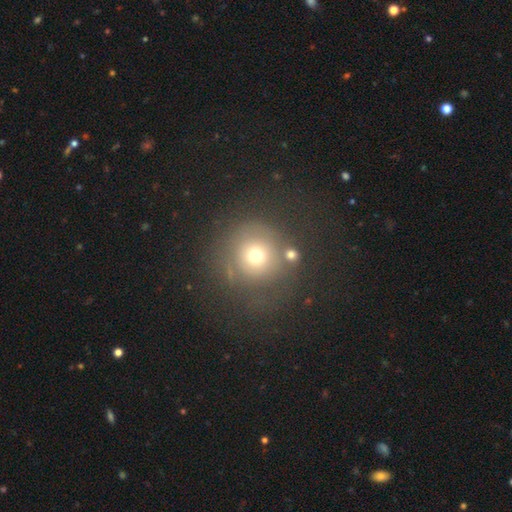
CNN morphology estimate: The model was most divided on "smooth or featured": smooth: 67%, featured or disk: 17%, star or artifact: 16%. More confident: how rounded — round (93%); merging — none (65%).